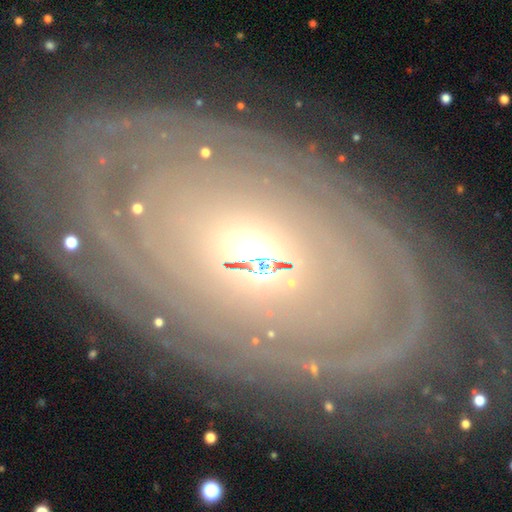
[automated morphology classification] smooth_or_featured: featured or disk (p=0.73) [alt: smooth p=0.16]
disk_edge_on: no (p=0.86) [alt: yes p=0.14]
bar: no (p=0.60) [alt: weak p=0.24]
has_spiral_arms: yes (p=0.68) [alt: no p=0.32]
bulge_size: moderate (p=0.50) [alt: small p=0.33]
merging: none (p=0.71) [alt: minor disturbance p=0.15]